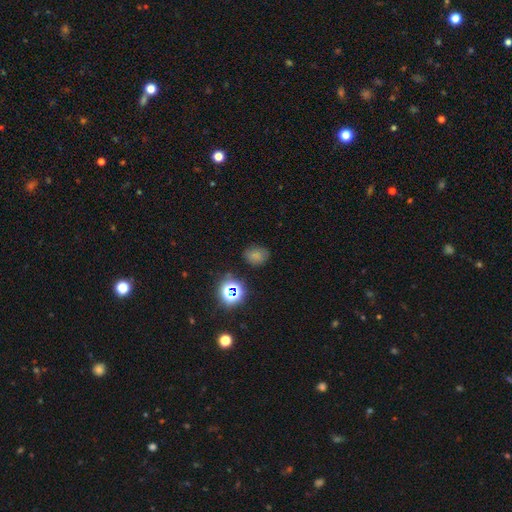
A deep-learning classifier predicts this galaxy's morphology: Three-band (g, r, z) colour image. It shows a smooth galaxy with no disk features (69%) that is in between round and cigar-shaped (53%). Merging: none (75%).